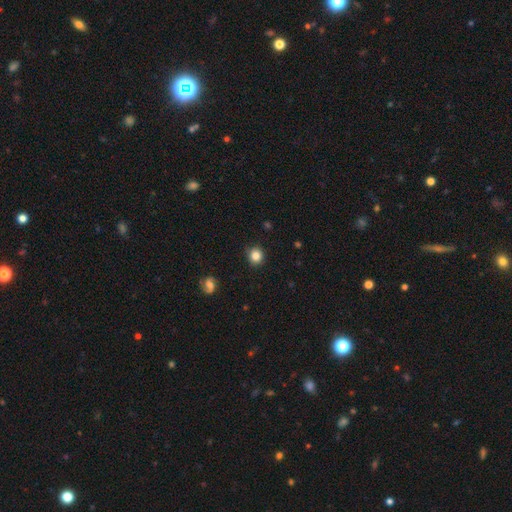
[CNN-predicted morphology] smooth_or_featured: smooth (p=0.84) [alt: star or artifact p=0.10]
how_rounded: round (p=0.89) [alt: in between p=0.10]
merging: none (p=0.88) [alt: minor disturbance p=0.08]